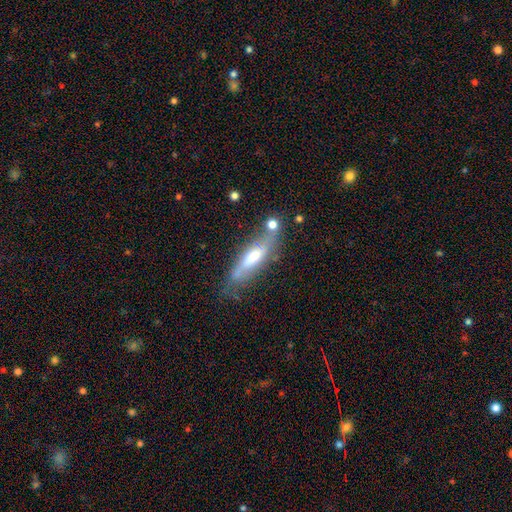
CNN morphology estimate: Q: Smooth or featured?
A: featured or disk (52%); runner-up: smooth (40%)
Q: Edge-on disk?
A: yes (59%); runner-up: no (41%)
Q: Merging?
A: none (59%); runner-up: minor disturbance (22%)